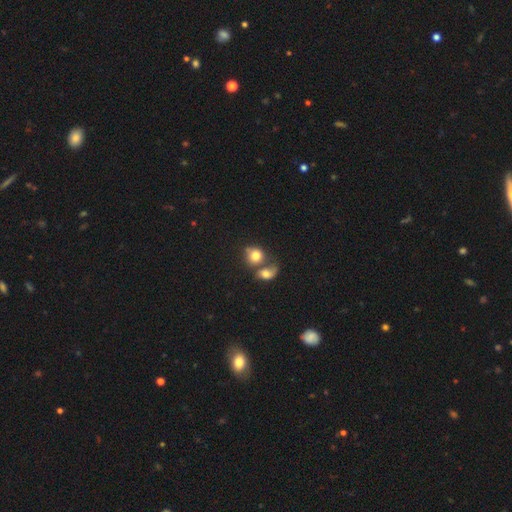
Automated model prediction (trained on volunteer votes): This appears to be a smooth galaxy with no disk features (76%) that is round (70%). Merging: merger (58%).